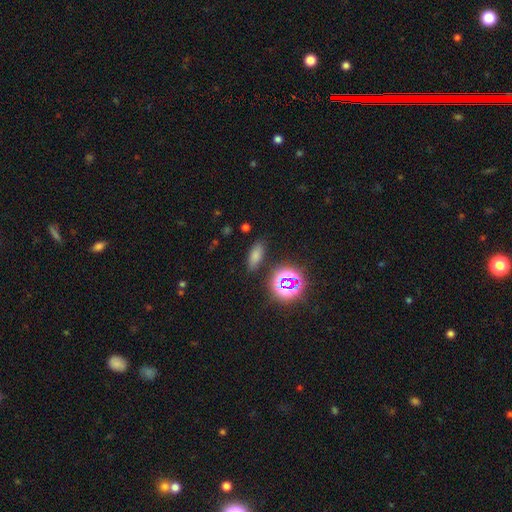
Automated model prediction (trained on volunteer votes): Smooth or featured?
  - smooth: 69% *
  - star or artifact: 23%
  - featured or disk: 8%
How rounded?
  - in between: 78% *
  - cigar-shaped: 15%
  - round: 7%
Merging?
  - none: 83% *
  - minor disturbance: 10%
  - major disturbance: 3%
  - merger: 3%